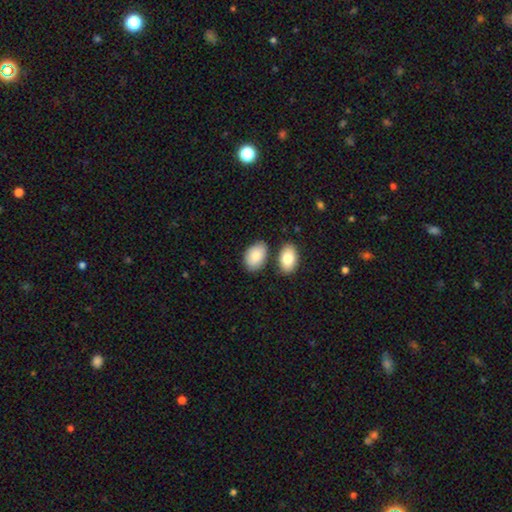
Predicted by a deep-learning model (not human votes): A smooth galaxy with no disk features (85%) that is in between round and cigar-shaped (92%).

Vote fractions:
- Smooth or featured? smooth: 85% / featured or disk: 9% / star or artifact: 6%
- How rounded? in between: 92% / round: 6% / cigar-shaped: 1%
- Merging? none: 67% / merger: 15% / minor disturbance: 15% / major disturbance: 3%